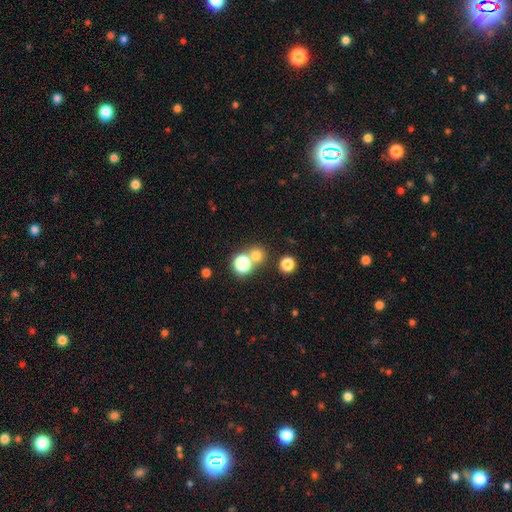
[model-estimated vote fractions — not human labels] A smooth galaxy with no disk features (69%) that is round (88%).

Vote fractions:
- Smooth or featured? smooth: 69% / star or artifact: 23% / featured or disk: 8%
- How rounded? round: 88% / in between: 11% / cigar-shaped: 1%
- Merging? none: 61% / merger: 29% / minor disturbance: 6% / major disturbance: 3%